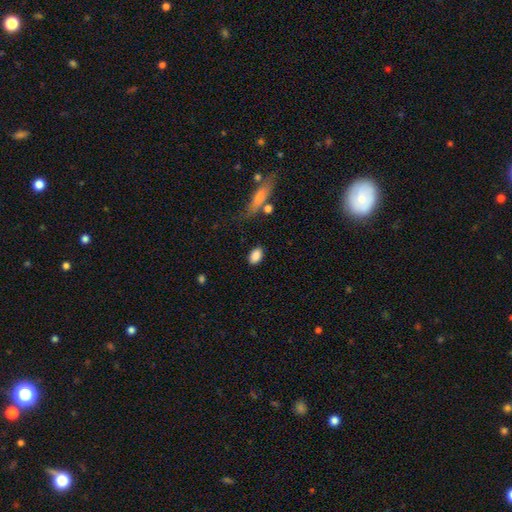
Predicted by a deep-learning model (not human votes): smooth_or_featured: smooth (p=0.88) [alt: star or artifact p=0.07]
how_rounded: in between (p=0.87) [alt: round p=0.11]
merging: none (p=0.84) [alt: minor disturbance p=0.11]